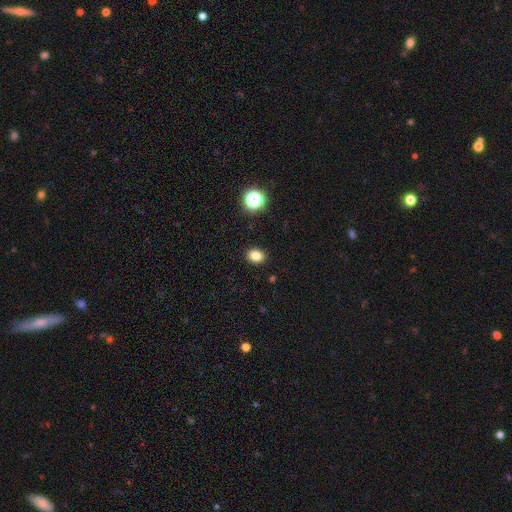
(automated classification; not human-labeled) Morphology: type=smooth (82%); roundness=in between (55%); merging=none (90%).